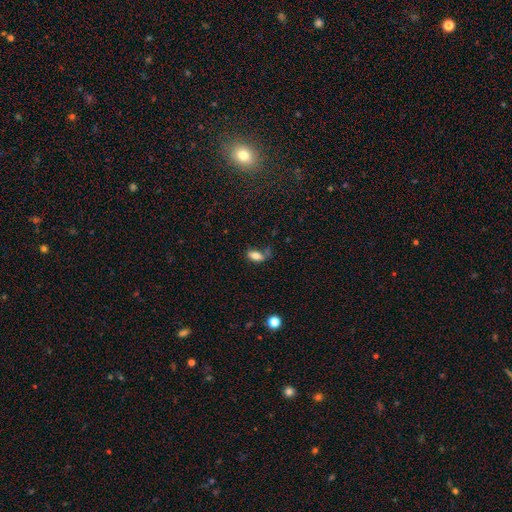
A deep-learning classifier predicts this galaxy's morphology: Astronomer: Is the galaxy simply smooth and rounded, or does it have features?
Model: smooth — 78%.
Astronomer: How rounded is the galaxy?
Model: in between — 88%.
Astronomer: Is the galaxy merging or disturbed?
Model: none — 51% (runner-up: minor disturbance, 27%).